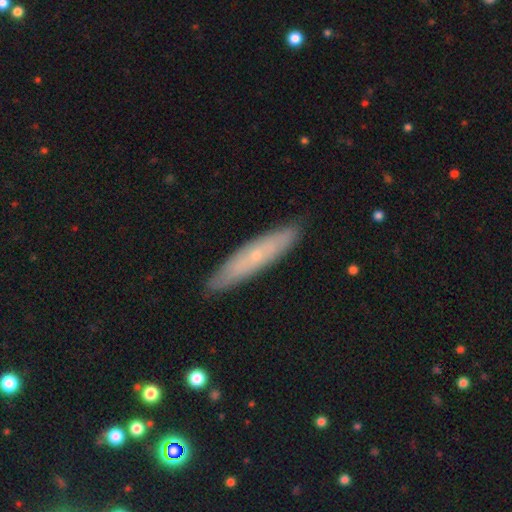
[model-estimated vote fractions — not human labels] Morphology: type=featured or disk (49%); merging=none (88%).